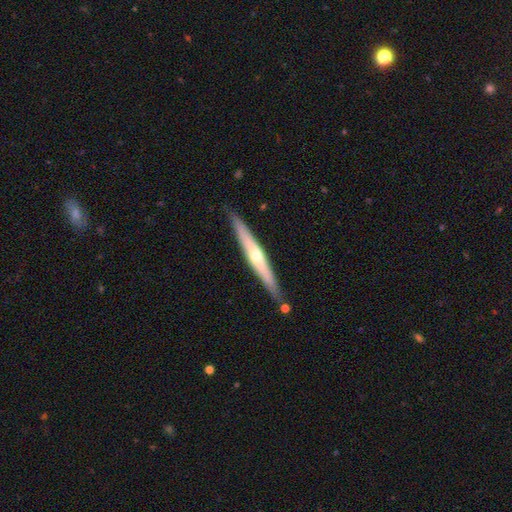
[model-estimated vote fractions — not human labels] smooth-or-featured: featured or disk: 64% | smooth: 30% | star or artifact: 6%
  disk-edge-on: yes: 95% | no: 5%
    edge-on-bulge: rounded: 78% | none: 18% | boxy: 4%
  merging: none: 87% | minor disturbance: 9% | merger: 2% | major disturbance: 2%